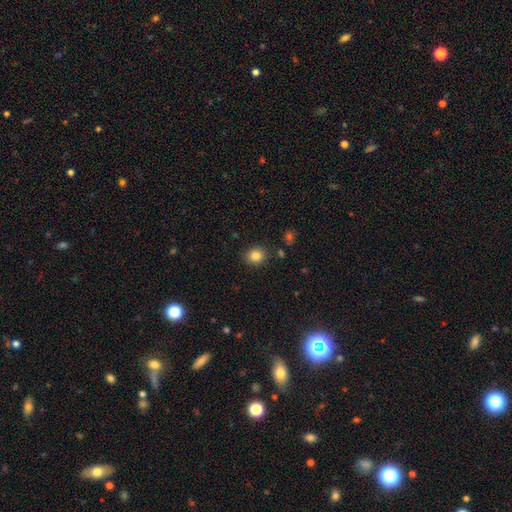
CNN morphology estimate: This appears to be a smooth galaxy with no disk features (84%) that is round (74%). Merging: none (87%).